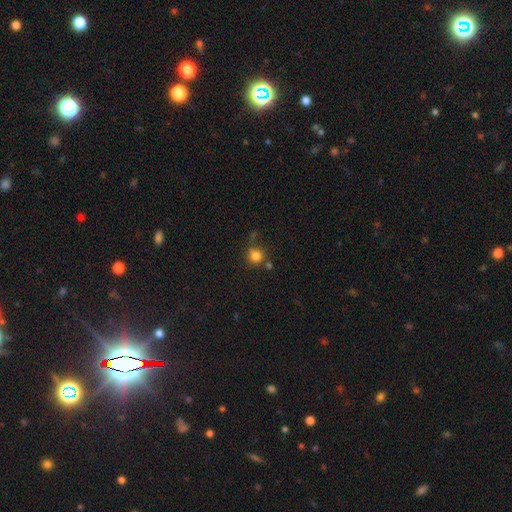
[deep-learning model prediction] A smooth galaxy with no disk features (82%) that is round (89%).

Vote fractions:
- Smooth or featured? smooth: 82% / star or artifact: 12% / featured or disk: 6%
- How rounded? round: 89% / in between: 10% / cigar-shaped: 1%
- Merging? none: 69% / minor disturbance: 14% / merger: 11% / major disturbance: 5%